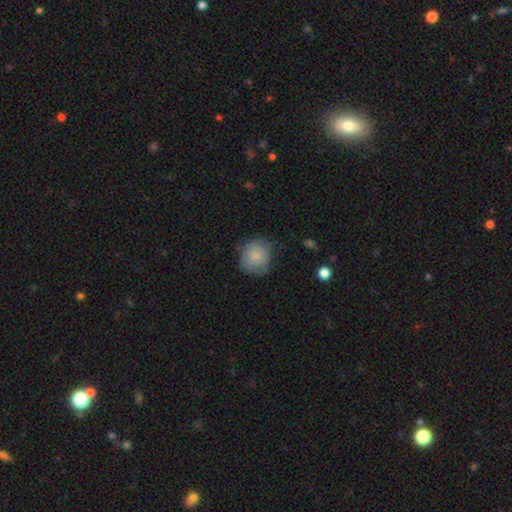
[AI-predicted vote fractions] Smooth or featured?
  - smooth: 82% *
  - featured or disk: 10%
  - star or artifact: 7%
How rounded?
  - round: 82% *
  - in between: 17%
  - cigar-shaped: 1%
Merging?
  - none: 67% *
  - minor disturbance: 24%
  - major disturbance: 7%
  - merger: 2%